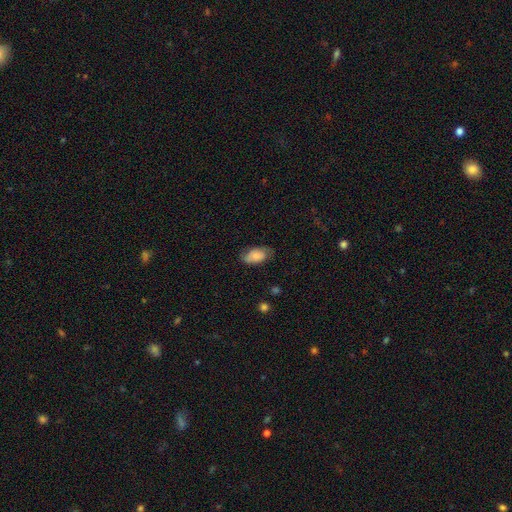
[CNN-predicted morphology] smooth-or-featured: smooth: 71% | featured or disk: 22% | star or artifact: 7%
  how-rounded: in between: 93% | round: 5% | cigar-shaped: 2%
  merging: none: 67% | minor disturbance: 25% | major disturbance: 7% | merger: 1%